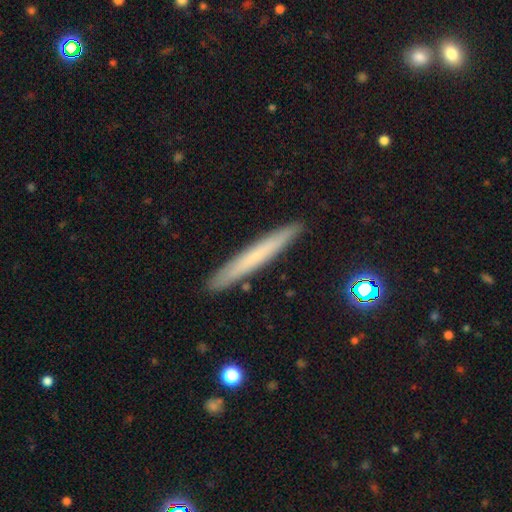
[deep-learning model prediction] smooth-or-featured: smooth: 61% | featured or disk: 32% | star or artifact: 7%
  how-rounded: cigar-shaped: 96% | in between: 2% | round: 1%
  merging: none: 91% | minor disturbance: 7% | merger: 1% | major disturbance: 1%